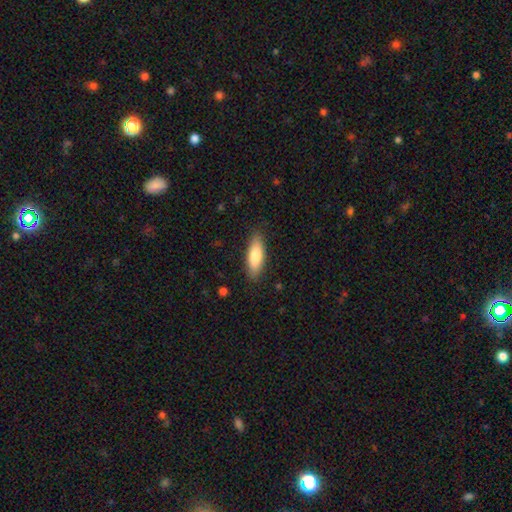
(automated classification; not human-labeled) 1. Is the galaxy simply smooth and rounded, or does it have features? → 78% smooth, 16% featured or disk, 6% star or artifact.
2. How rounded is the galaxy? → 56% in between, 42% cigar-shaped, 2% round.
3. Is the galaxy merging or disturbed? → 87% none, 10% minor disturbance, 2% major disturbance, 1% merger.